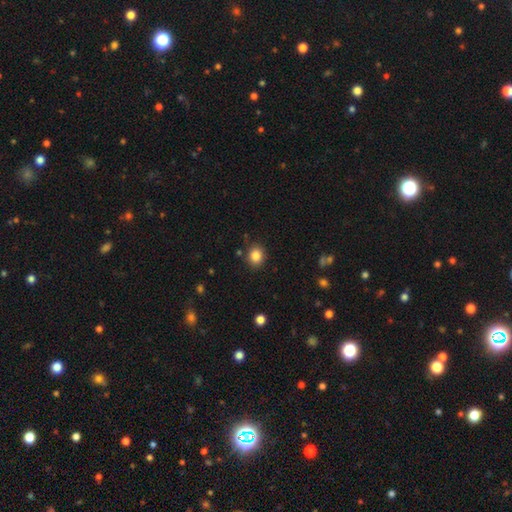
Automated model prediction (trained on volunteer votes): smooth_or_featured: smooth (p=0.85) [alt: star or artifact p=0.10]
how_rounded: round (p=0.70) [alt: in between p=0.29]
merging: none (p=0.86) [alt: minor disturbance p=0.09]